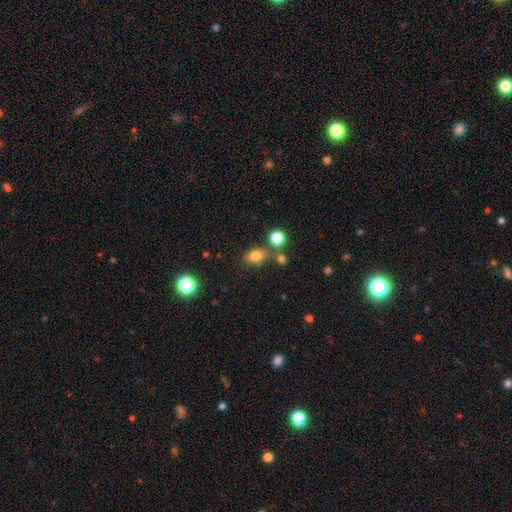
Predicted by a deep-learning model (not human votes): Overall: smooth (79%). How rounded: in between (67%; round 32%). Merging: none (68%).